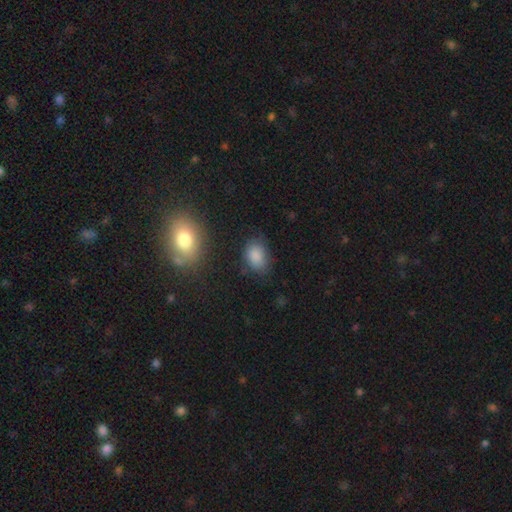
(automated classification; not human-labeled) A smooth galaxy with no disk features (84%) that is in between round and cigar-shaped (78%).

Vote fractions:
- Smooth or featured? smooth: 84% / star or artifact: 10% / featured or disk: 5%
- How rounded? in between: 78% / round: 20% / cigar-shaped: 1%
- Merging? none: 70% / minor disturbance: 21% / major disturbance: 6% / merger: 3%